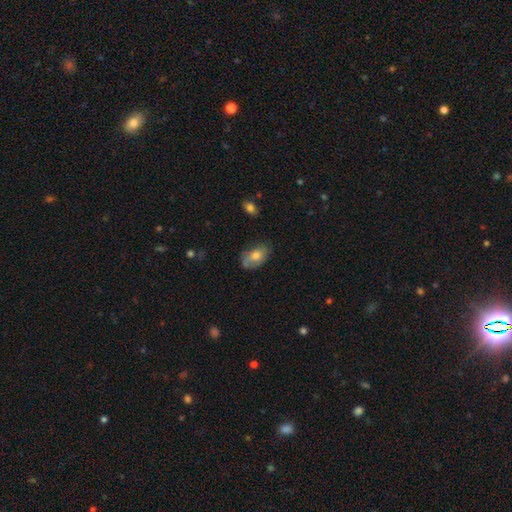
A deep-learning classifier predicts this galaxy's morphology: smooth_or_featured: smooth (p=0.65) [alt: featured or disk p=0.27]
how_rounded: in between (p=0.88) [alt: round p=0.10]
merging: none (p=0.62) [alt: minor disturbance p=0.28]